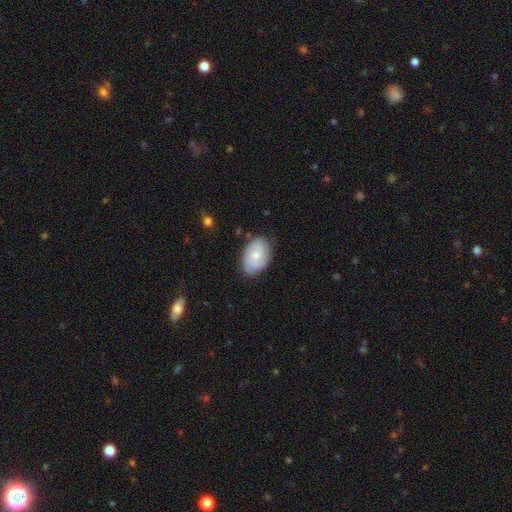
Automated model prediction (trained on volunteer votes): Smooth or featured? Predicted: featured or disk (p=0.53). Edge-on disk? Predicted: no (p=0.96). Bar? Predicted: no (p=0.72). Spiral arms? Predicted: yes (p=0.87). Bulge size? Predicted: small (p=0.49). Merging? Predicted: none (p=0.78).